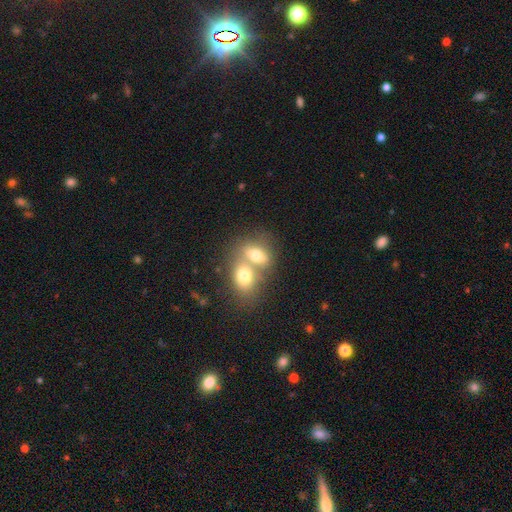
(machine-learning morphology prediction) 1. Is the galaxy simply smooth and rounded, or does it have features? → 57% smooth, 21% star or artifact, 21% featured or disk.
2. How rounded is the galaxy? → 55% round, 43% in between, 2% cigar-shaped.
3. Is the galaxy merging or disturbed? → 67% merger, 25% none, 5% minor disturbance, 3% major disturbance.